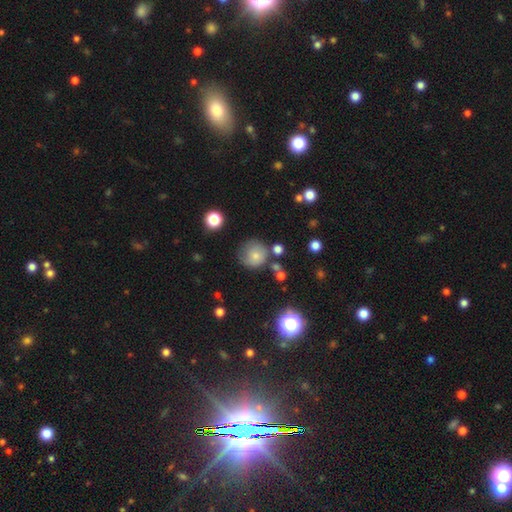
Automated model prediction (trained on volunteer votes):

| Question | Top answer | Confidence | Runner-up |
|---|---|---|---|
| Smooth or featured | smooth | 75% | star or artifact (13%) |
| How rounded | round | 91% | in between (8%) |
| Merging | none | 66% | minor disturbance (20%) |